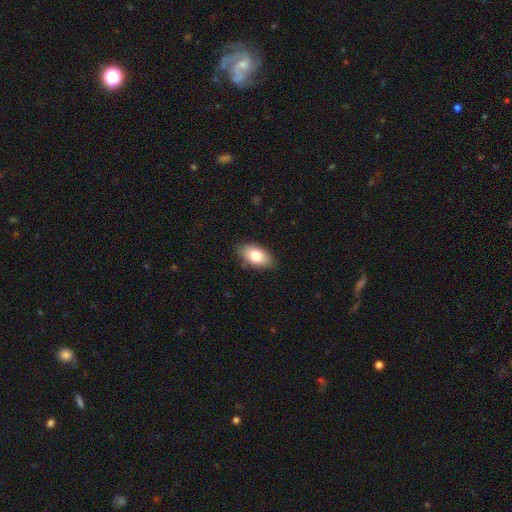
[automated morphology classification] smooth-or-featured: smooth: 79% | featured or disk: 14% | star or artifact: 7%
  how-rounded: in between: 92% | round: 6% | cigar-shaped: 2%
  merging: none: 86% | minor disturbance: 11% | major disturbance: 2% | merger: 1%